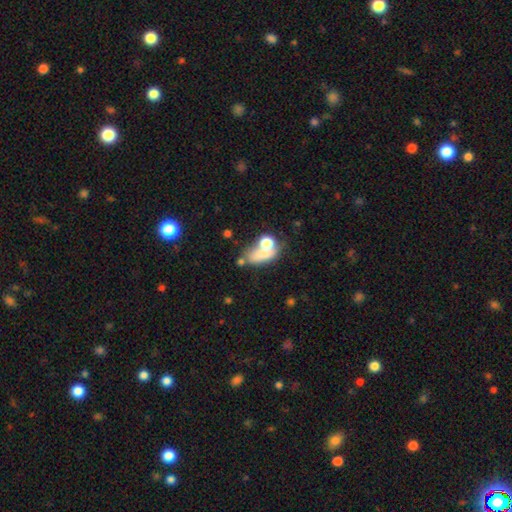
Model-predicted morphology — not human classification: Overall: smooth (65%). How rounded: in between (73%). Merging: merger (34%; none 32%).